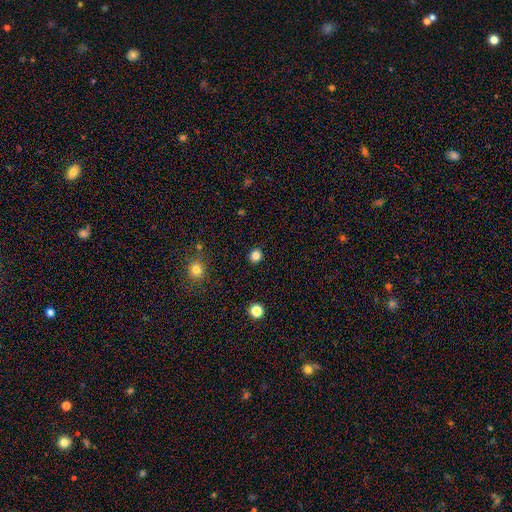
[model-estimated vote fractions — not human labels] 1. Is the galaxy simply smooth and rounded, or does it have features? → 83% smooth, 13% star or artifact, 4% featured or disk.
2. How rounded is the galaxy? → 80% round, 19% in between, 1% cigar-shaped.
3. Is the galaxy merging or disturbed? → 90% none, 7% minor disturbance, 2% major disturbance, 1% merger.